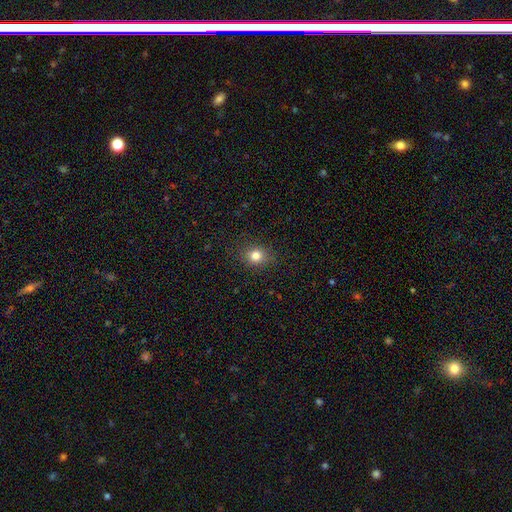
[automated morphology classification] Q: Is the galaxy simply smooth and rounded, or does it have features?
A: smooth — 81%.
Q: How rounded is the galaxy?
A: round — 72%.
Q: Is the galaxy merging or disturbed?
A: none — 87%.